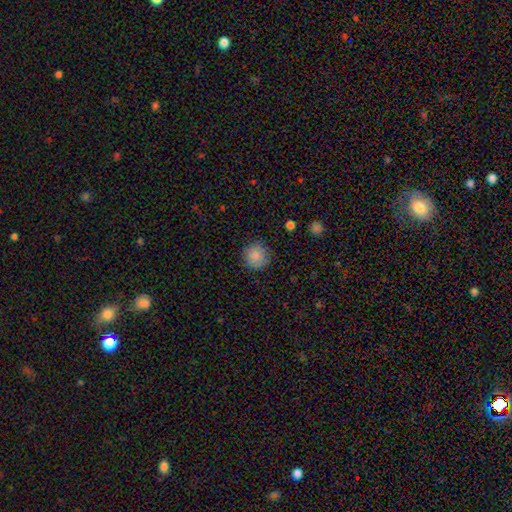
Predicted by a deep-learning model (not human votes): Smooth or featured? smooth (86%)
How rounded? round (93%)
Merging? none (85%)